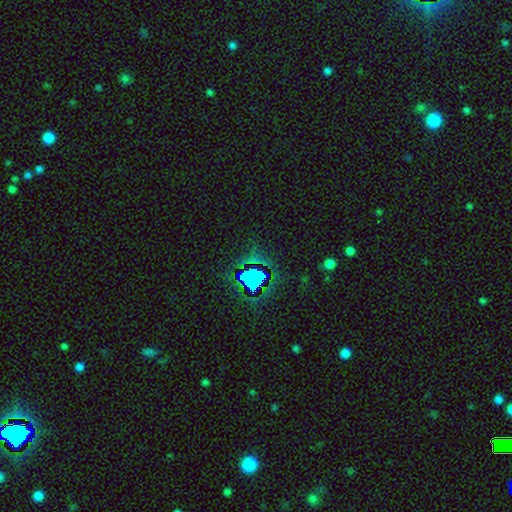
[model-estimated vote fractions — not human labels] The model was most divided on "smooth or featured": star or artifact: 80%, smooth: 11%, featured or disk: 8%.